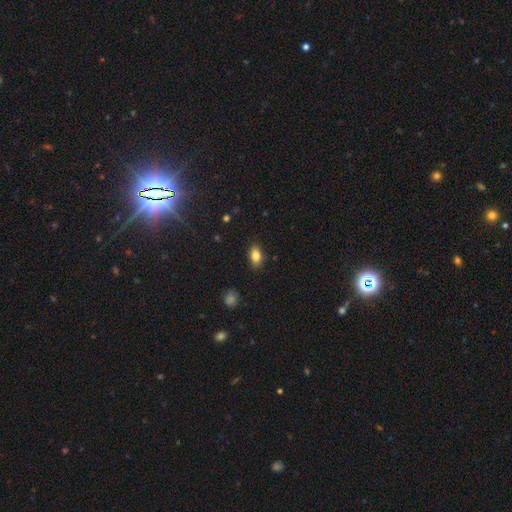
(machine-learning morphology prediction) This appears to be a smooth galaxy with no disk features (83%) that is in between round and cigar-shaped (87%). Merging: none (86%).